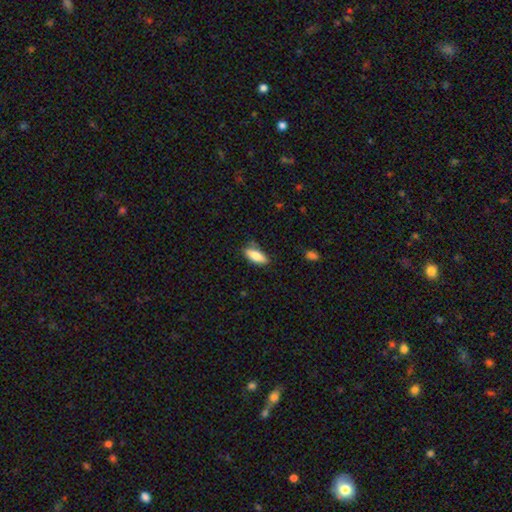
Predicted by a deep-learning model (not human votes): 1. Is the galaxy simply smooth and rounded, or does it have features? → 80% smooth, 13% featured or disk, 7% star or artifact.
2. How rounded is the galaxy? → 70% in between, 28% cigar-shaped, 2% round.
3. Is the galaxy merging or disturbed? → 77% none, 17% minor disturbance, 3% major disturbance, 2% merger.